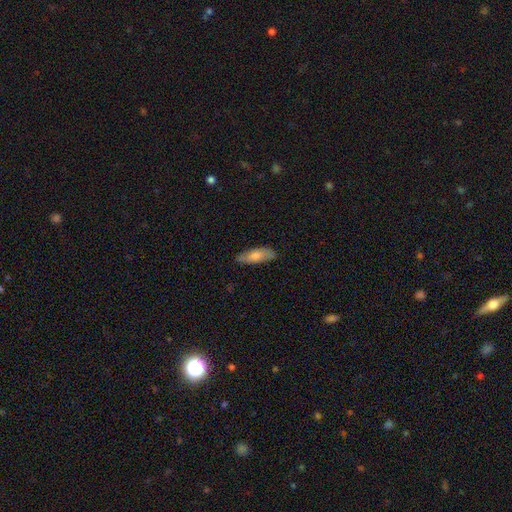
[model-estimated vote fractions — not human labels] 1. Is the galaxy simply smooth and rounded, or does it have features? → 64% smooth, 29% featured or disk, 6% star or artifact.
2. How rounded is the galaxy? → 64% in between, 34% cigar-shaped, 2% round.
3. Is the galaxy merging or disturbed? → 82% none, 15% minor disturbance, 2% major disturbance, 1% merger.